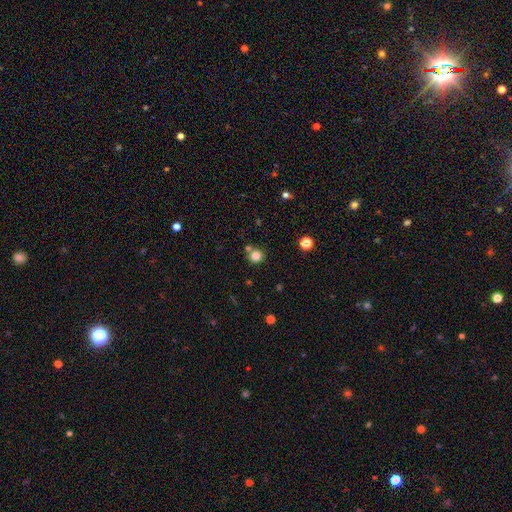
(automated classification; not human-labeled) smooth-or-featured: smooth: 81% | star or artifact: 13% | featured or disk: 6%
  how-rounded: round: 93% | in between: 6% | cigar-shaped: 1%
  merging: none: 75% | merger: 14% | minor disturbance: 8% | major disturbance: 3%